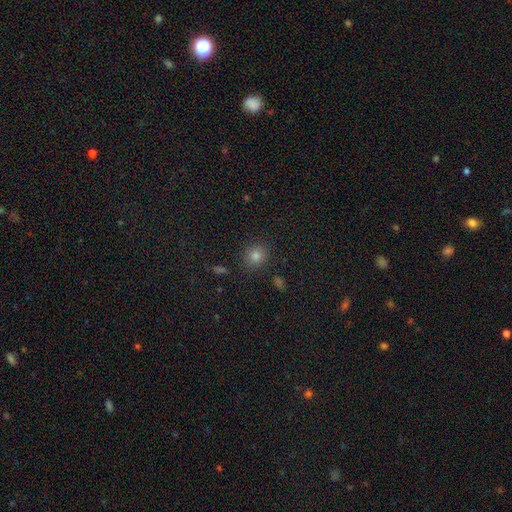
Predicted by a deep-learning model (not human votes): Smooth or featured? Predicted: smooth (p=0.77). How rounded? Predicted: round (p=0.85). Merging? Predicted: none (p=0.87).